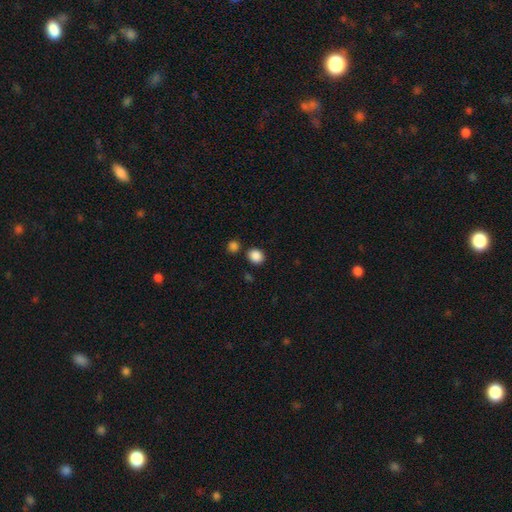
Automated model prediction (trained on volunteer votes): This is clearly a smooth galaxy (87%). How rounded: likely round (69%). Merging: clearly none (82%).